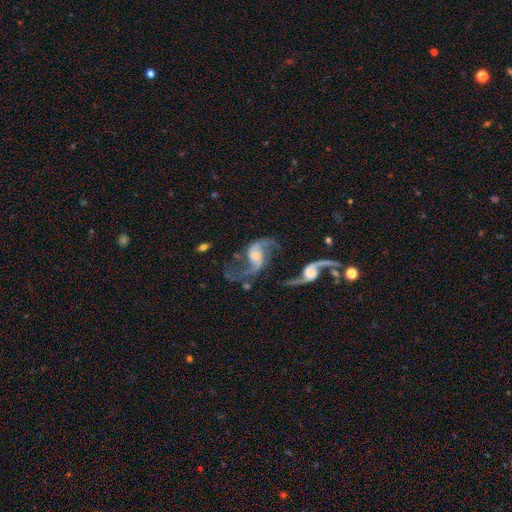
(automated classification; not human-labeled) The model was most divided on "bulge size": small: 39%, moderate: 34%, none: 14%, large: 11%, dominant: 2%. Remaining: edge-on disk — no (97%); spiral arms — yes (94%); spiral arm count — 2 (88%); smooth or featured — featured or disk (87%); spiral winding — loose (74%); bar — no (49%); merging — none (34%).